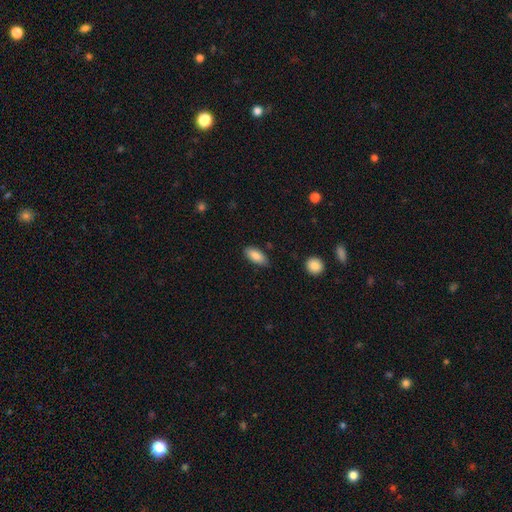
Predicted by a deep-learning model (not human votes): Smooth or featured?
  - smooth: 86% *
  - featured or disk: 7%
  - star or artifact: 7%
How rounded?
  - in between: 87% *
  - cigar-shaped: 11%
  - round: 2%
Merging?
  - none: 80% *
  - minor disturbance: 16%
  - major disturbance: 3%
  - merger: 2%